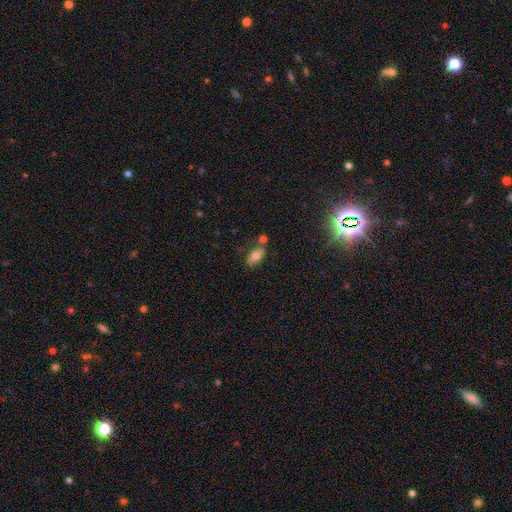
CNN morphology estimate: Overall: smooth (70%). How rounded: in between (86%). Merging: none (63%).